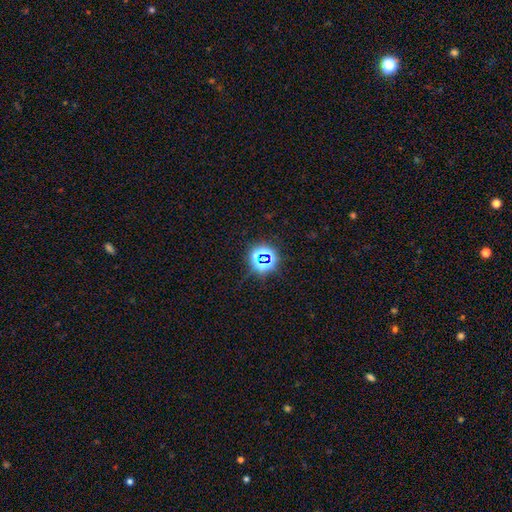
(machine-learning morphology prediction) The model was most divided on "smooth or featured": star or artifact: 73%, smooth: 19%, featured or disk: 8%.